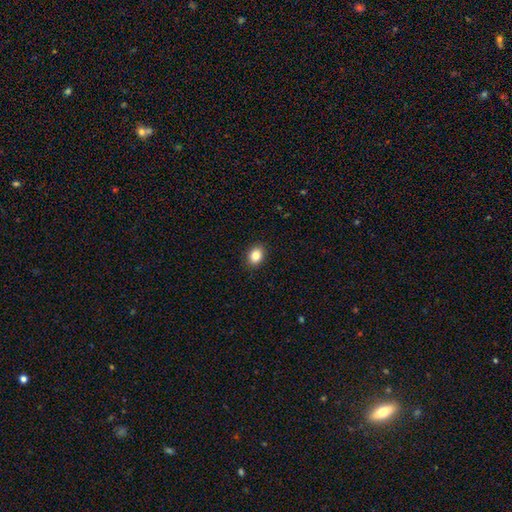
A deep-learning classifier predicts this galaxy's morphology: Smooth or featured?
  - smooth: 85% *
  - star or artifact: 10%
  - featured or disk: 6%
How rounded?
  - in between: 57% *
  - round: 42%
  - cigar-shaped: 1%
Merging?
  - none: 90% *
  - minor disturbance: 7%
  - major disturbance: 2%
  - merger: 1%